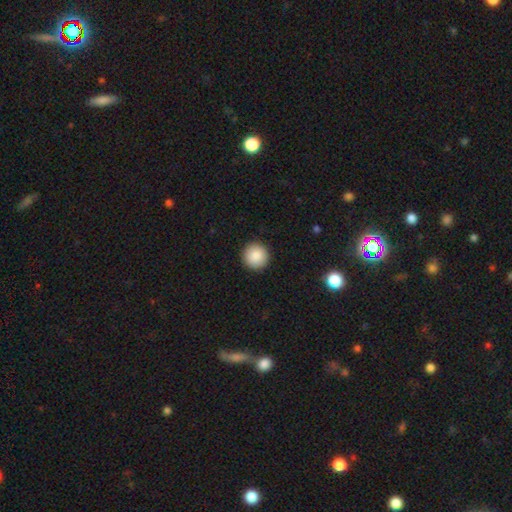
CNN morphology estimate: Smooth or featured: smooth — 88% (star or artifact — 8%)
How rounded: round — 96% (in between — 3%)
Merging: none — 93% (minor disturbance — 5%)